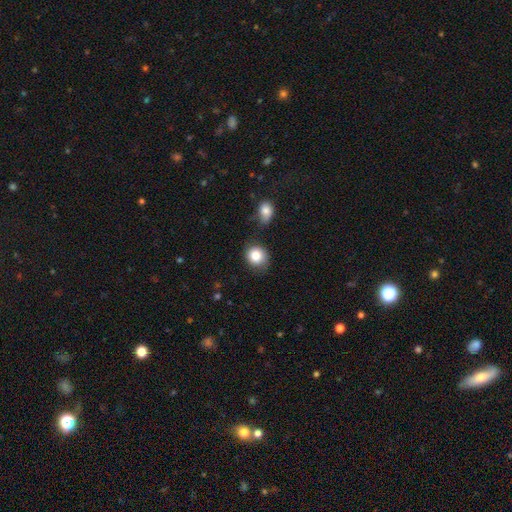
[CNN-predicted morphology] Smooth or featured: smooth — 83% (star or artifact — 9%)
How rounded: round — 81% (in between — 18%)
Merging: none — 68% (minor disturbance — 20%)